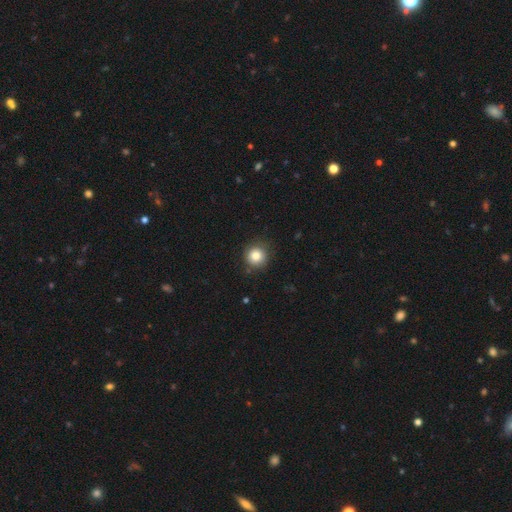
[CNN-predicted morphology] The model was most divided on "smooth or featured": smooth: 83%, star or artifact: 11%, featured or disk: 6%. More confident: how rounded — round (94%); merging — none (85%).